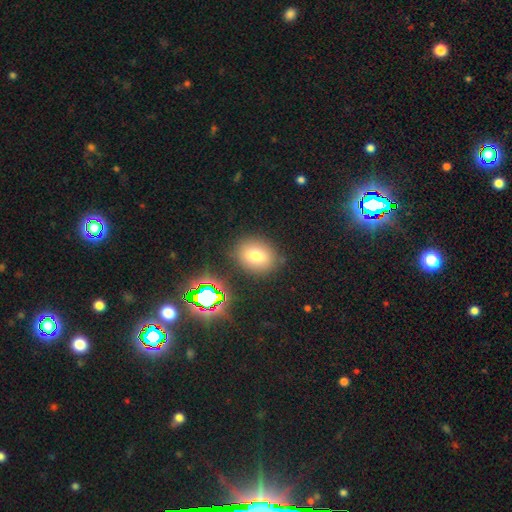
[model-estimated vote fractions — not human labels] Smooth or featured?
  - smooth: 73% *
  - star or artifact: 16%
  - featured or disk: 12%
How rounded?
  - in between: 58% *
  - round: 41%
  - cigar-shaped: 1%
Merging?
  - none: 83% *
  - minor disturbance: 11%
  - major disturbance: 3%
  - merger: 3%